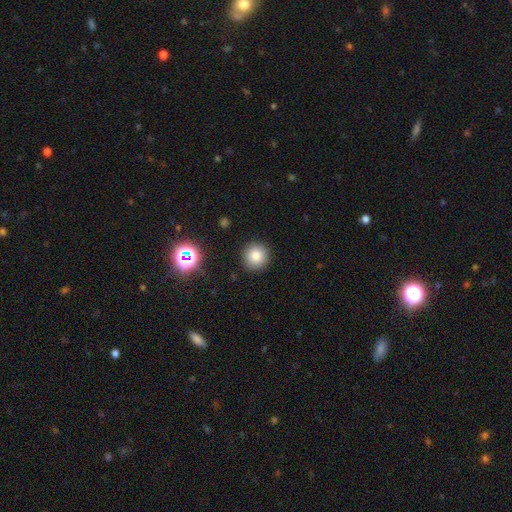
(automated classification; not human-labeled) Q: Smooth or featured?
A: smooth (80%); runner-up: star or artifact (14%)
Q: How rounded?
A: round (93%); runner-up: in between (6%)
Q: Merging?
A: none (90%); runner-up: minor disturbance (6%)